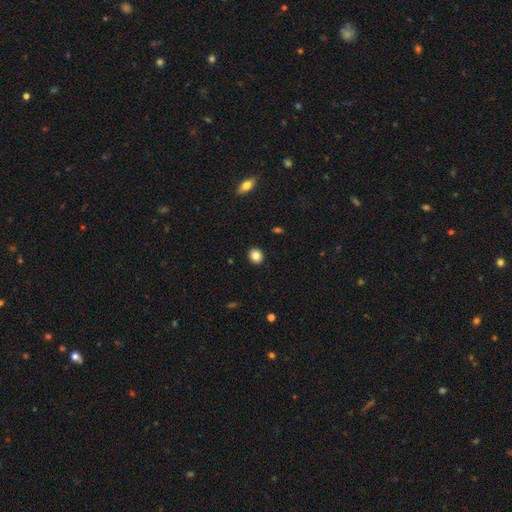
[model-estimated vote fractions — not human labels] The model was most divided on "how rounded": round: 74%, in between: 25%, cigar-shaped: 1%. More confident: merging — none (92%); smooth or featured — smooth (83%).